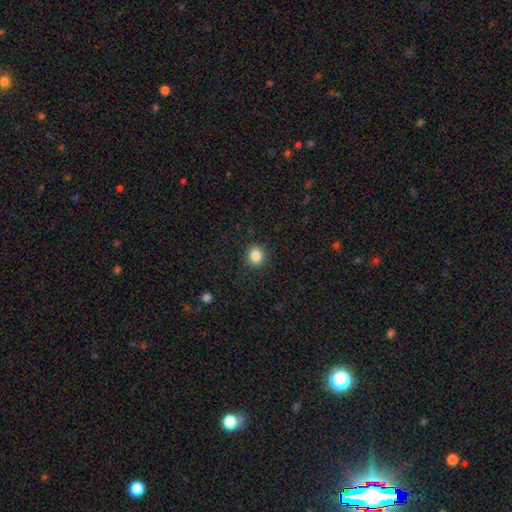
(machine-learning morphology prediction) smooth-or-featured: smooth: 86% | star or artifact: 10% | featured or disk: 4%
  how-rounded: round: 75% | in between: 24% | cigar-shaped: 1%
  merging: none: 86% | minor disturbance: 9% | major disturbance: 3% | merger: 1%